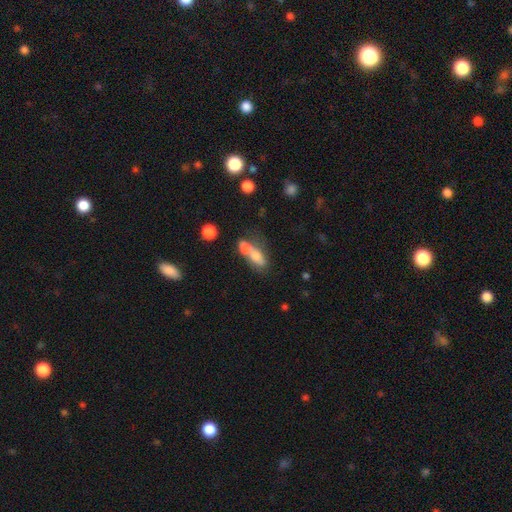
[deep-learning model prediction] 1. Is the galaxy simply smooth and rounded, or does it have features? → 69% smooth, 21% featured or disk, 10% star or artifact.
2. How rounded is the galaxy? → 75% in between, 15% round, 10% cigar-shaped.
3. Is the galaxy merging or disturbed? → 67% merger, 20% none, 8% minor disturbance, 6% major disturbance.